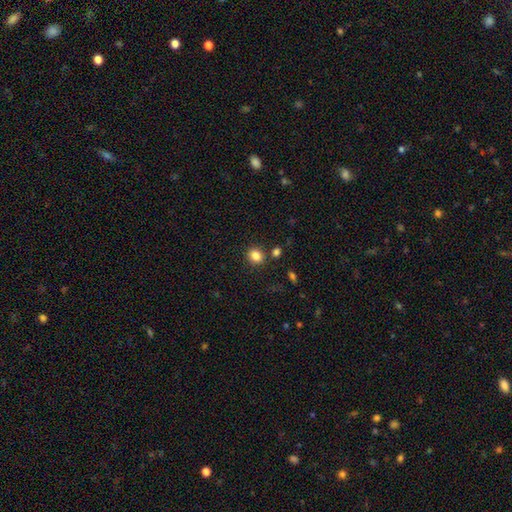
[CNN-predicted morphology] Smooth or featured?
  - smooth: 85% *
  - star or artifact: 11%
  - featured or disk: 5%
How rounded?
  - round: 58% *
  - in between: 41%
  - cigar-shaped: 1%
Merging?
  - none: 82% *
  - minor disturbance: 9%
  - merger: 6%
  - major disturbance: 3%